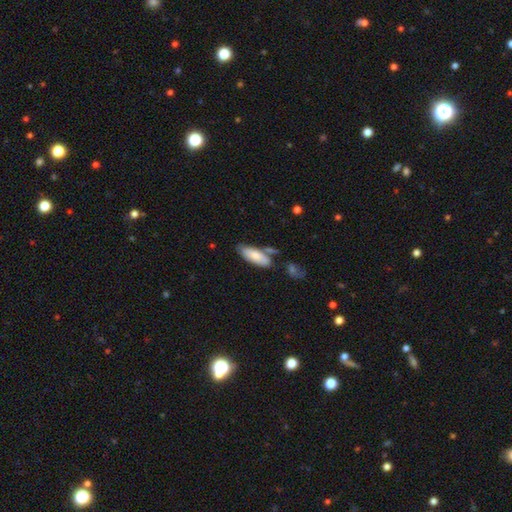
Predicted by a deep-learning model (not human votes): Smooth or featured: smooth — 77% (featured or disk — 17%)
How rounded: in between — 73% (cigar-shaped — 26%)
Merging: none — 59% (minor disturbance — 20%)